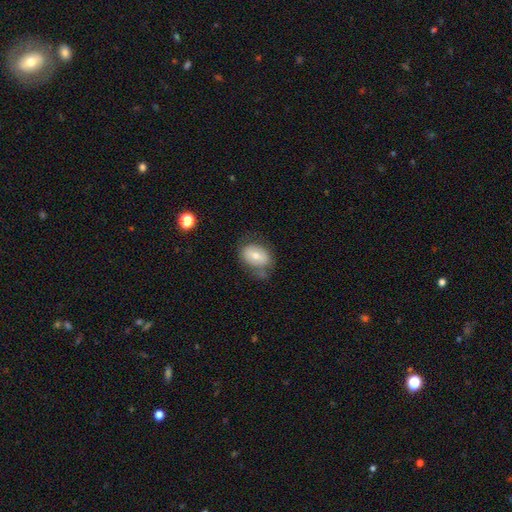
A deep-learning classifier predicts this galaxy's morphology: Q: Smooth or featured?
A: smooth (65%); runner-up: featured or disk (27%)
Q: How rounded?
A: in between (75%); runner-up: round (23%)
Q: Merging?
A: none (56%); runner-up: minor disturbance (27%)